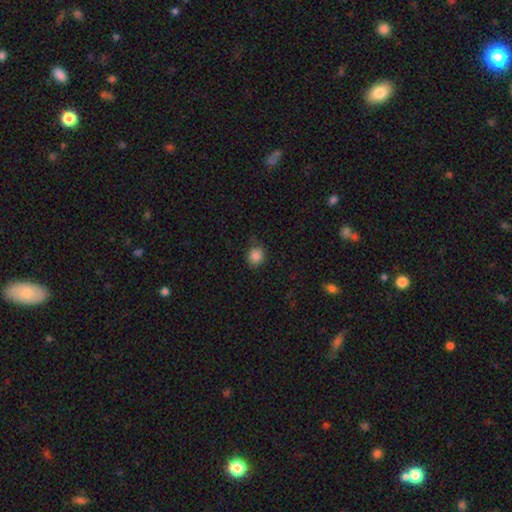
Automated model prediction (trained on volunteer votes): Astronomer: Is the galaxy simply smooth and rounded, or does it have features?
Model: smooth — 86%.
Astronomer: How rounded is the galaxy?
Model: round — 81%.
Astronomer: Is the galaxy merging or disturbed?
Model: none — 76%.